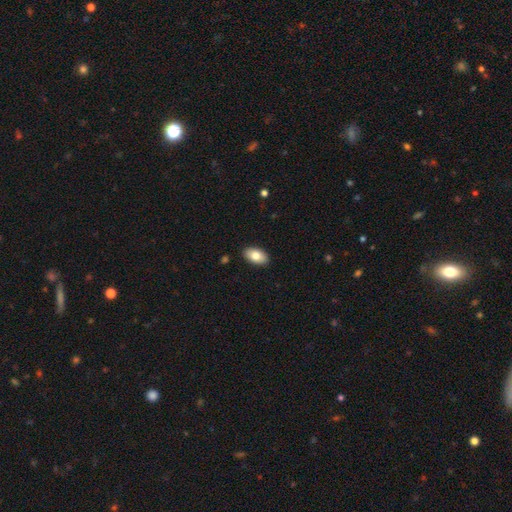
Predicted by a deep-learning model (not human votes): Smooth or featured? Predicted: smooth (p=0.80). How rounded? Predicted: in between (p=0.94). Merging? Predicted: none (p=0.90).